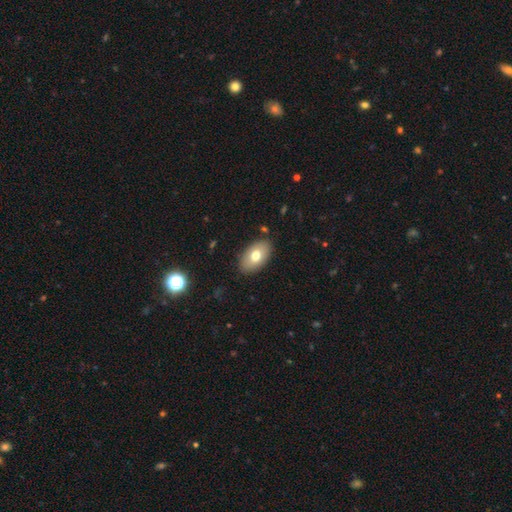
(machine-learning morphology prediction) Smooth or featured? smooth (73%)
How rounded? in between (92%)
Merging? none (86%)